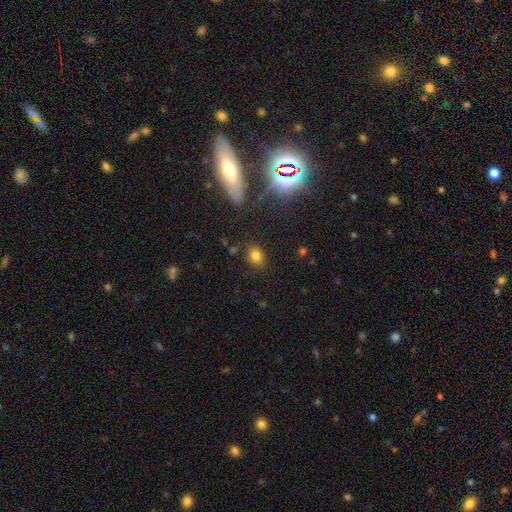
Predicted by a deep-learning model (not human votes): This appears to be a smooth galaxy with no disk features (79%) that is in between round and cigar-shaped (54%). Merging: none (84%).